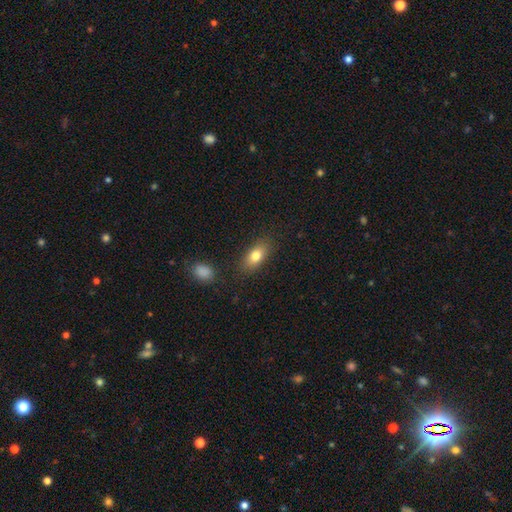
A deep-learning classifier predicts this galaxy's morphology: smooth_or_featured: smooth (p=0.77) [alt: featured or disk p=0.15]
how_rounded: in between (p=0.83) [alt: cigar-shaped p=0.10]
merging: none (p=0.82) [alt: minor disturbance p=0.12]